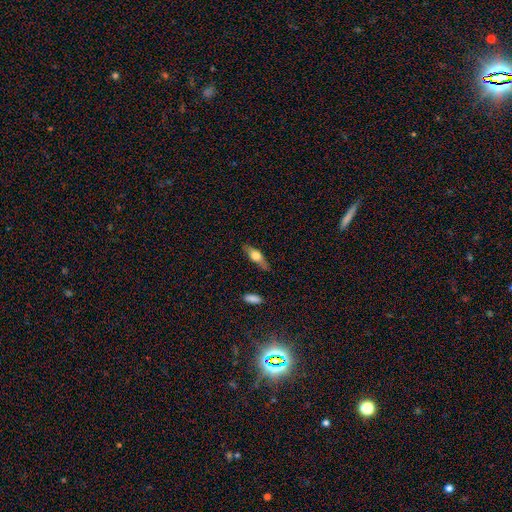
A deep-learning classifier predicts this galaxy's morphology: smooth-or-featured: smooth: 53% | featured or disk: 41% | star or artifact: 6%
  how-rounded: in between: 49% | cigar-shaped: 48% | round: 4%
  merging: none: 78% | minor disturbance: 16% | major disturbance: 4% | merger: 2%